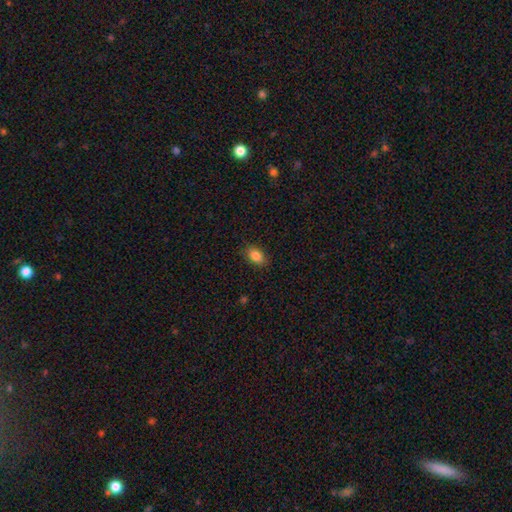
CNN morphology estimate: The model was most divided on "merging": none: 86%, minor disturbance: 11%, major disturbance: 3%, merger: 1%. More confident: how rounded — in between (87%); smooth or featured — smooth (86%).